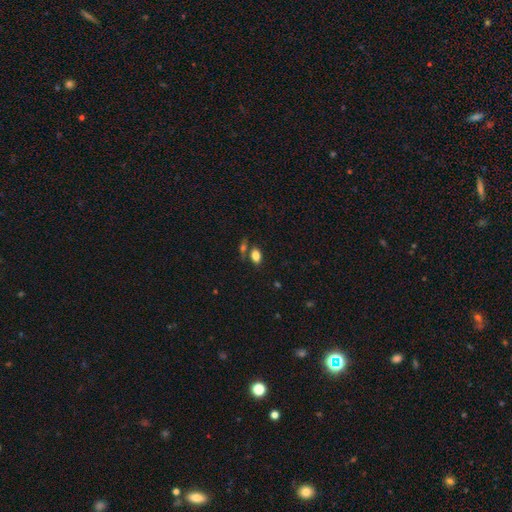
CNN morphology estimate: This is clearly a smooth galaxy (81%). How rounded: clearly in between (88%). Merging: likely none (64%).